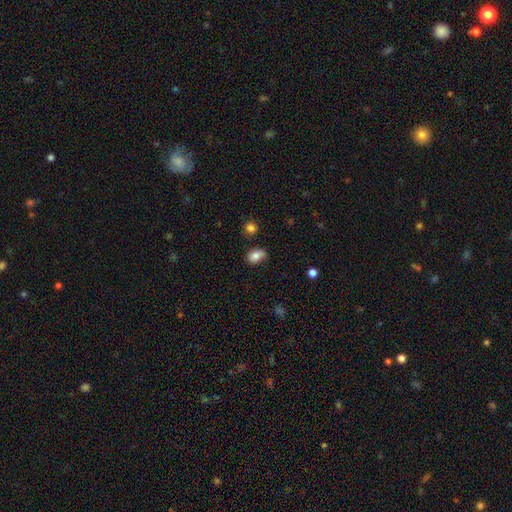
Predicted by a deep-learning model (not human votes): Smooth or featured: smooth — 81% (featured or disk — 10%)
How rounded: in between — 74% (round — 25%)
Merging: none — 65% (minor disturbance — 26%)